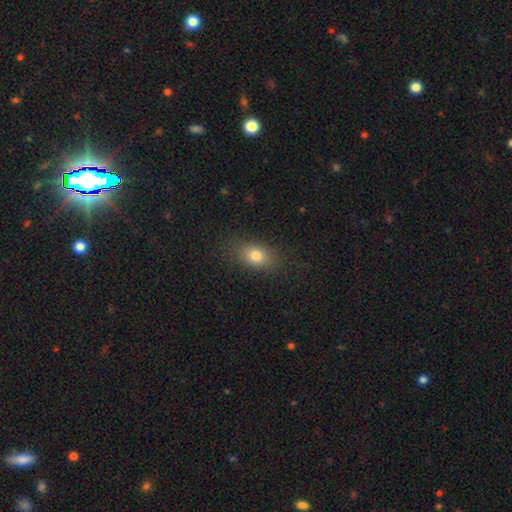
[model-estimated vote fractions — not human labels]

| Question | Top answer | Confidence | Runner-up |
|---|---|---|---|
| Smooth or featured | smooth | 79% | star or artifact (11%) |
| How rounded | in between | 76% | round (21%) |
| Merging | none | 83% | minor disturbance (12%) |